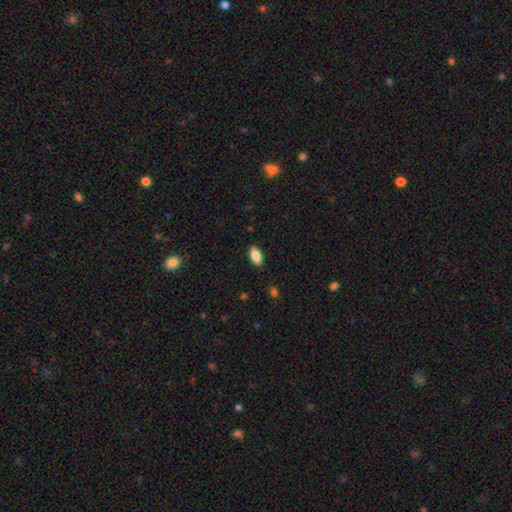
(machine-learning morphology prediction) Smooth or featured? smooth (84%)
How rounded? in between (91%)
Merging? none (88%)